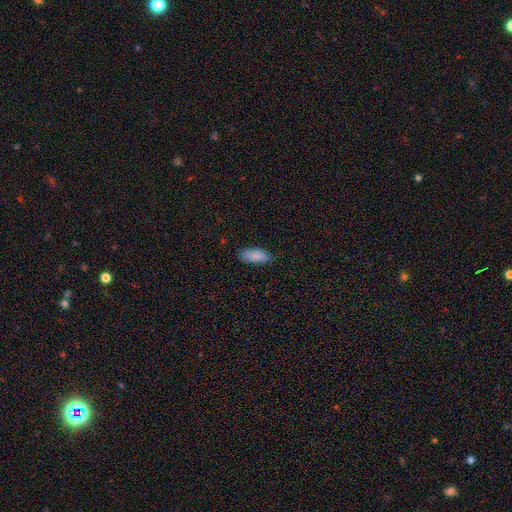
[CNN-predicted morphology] Overall: smooth (88%). How rounded: in between (85%). Merging: none (83%).